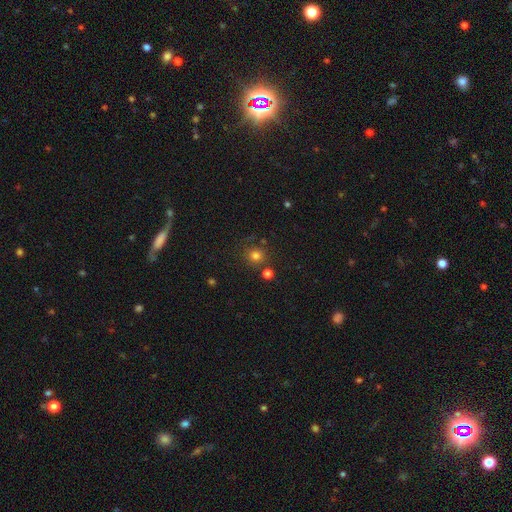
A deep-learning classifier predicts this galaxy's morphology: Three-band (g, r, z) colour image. It shows a smooth galaxy with no disk features (78%) that is round (91%). Merging: none (77%).